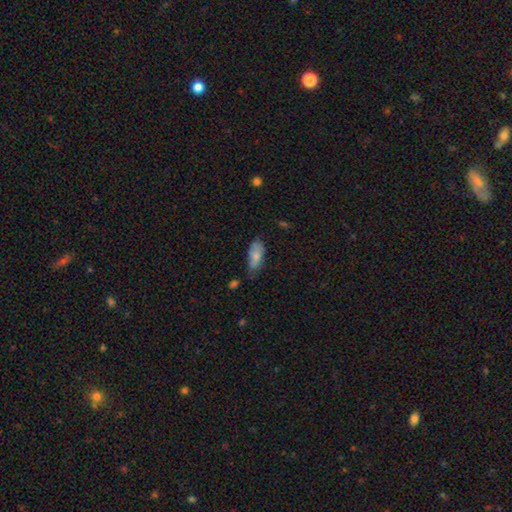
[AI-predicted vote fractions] This appears to be a smooth galaxy with no disk features (78%) that is in between round and cigar-shaped (84%). Merging: none (57%).